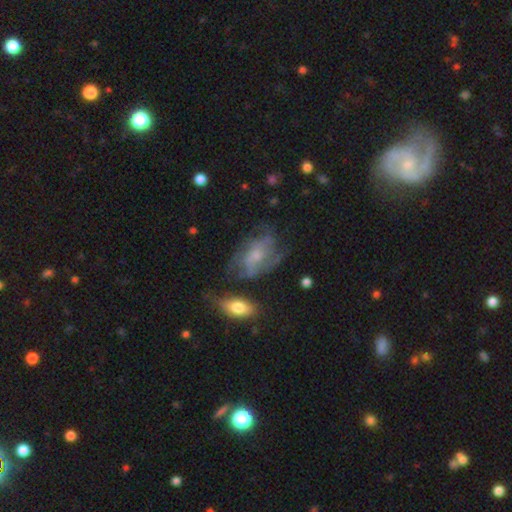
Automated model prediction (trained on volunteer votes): A featured or disk galaxy (65%) with no bar (66%), spiral arms (72%) and a small central bulge (58%). Merging: none (45%).